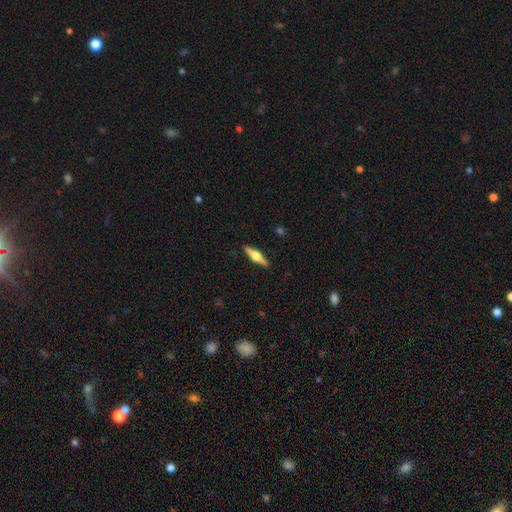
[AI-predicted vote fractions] The model was most divided on "smooth or featured": featured or disk: 65%, smooth: 30%, star or artifact: 5%. More confident: edge-on disk — yes (97%); edge-on bulge — rounded (94%); merging — none (90%).